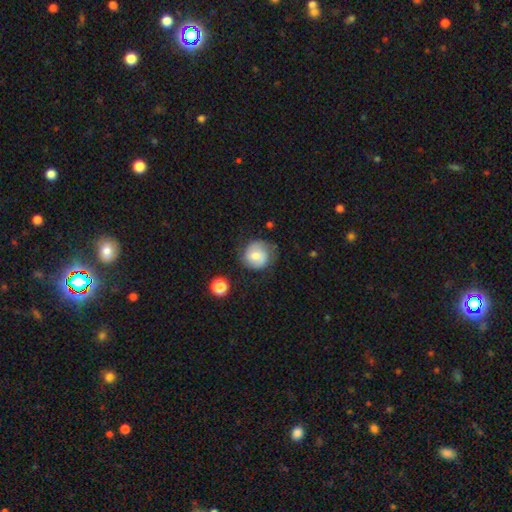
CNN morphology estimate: Smooth or featured? smooth (63%)
How rounded? round (87%)
Merging? none (67%)